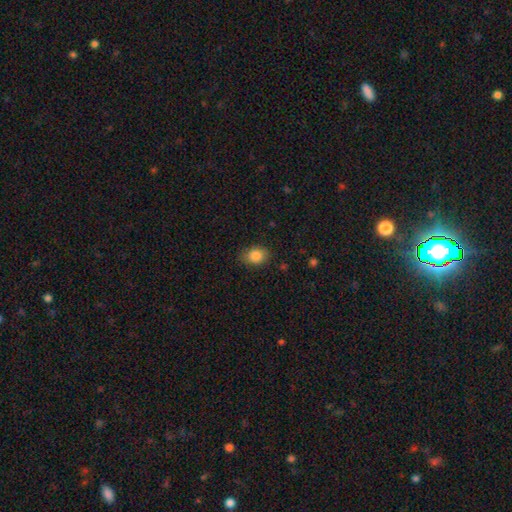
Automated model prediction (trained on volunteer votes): This is clearly a smooth galaxy (85%). How rounded: likely in between (62%). Merging: clearly none (80%).